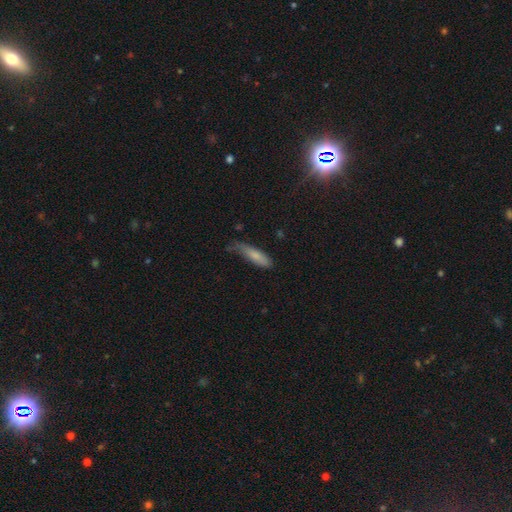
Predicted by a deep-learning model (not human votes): A smooth galaxy with no disk features (76%) that is cigar-shaped (66%). Merging: none (48%).